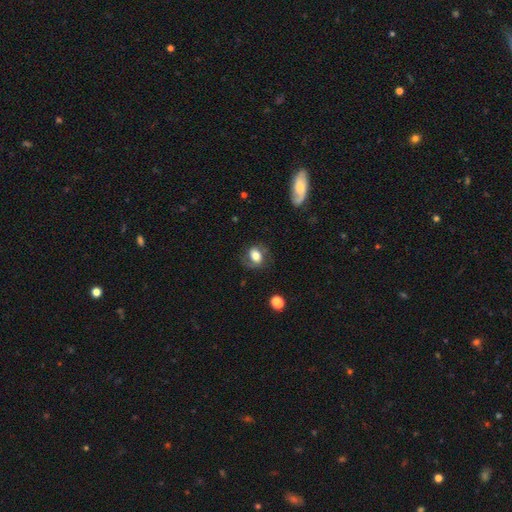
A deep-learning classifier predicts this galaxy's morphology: smooth_or_featured: smooth (p=0.51) [alt: featured or disk p=0.39]
how_rounded: in between (p=0.59) [alt: round p=0.39]
merging: none (p=0.67) [alt: minor disturbance p=0.20]